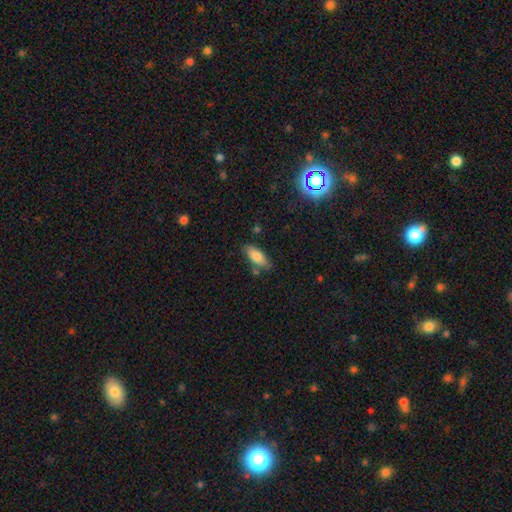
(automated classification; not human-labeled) smooth_or_featured: smooth (p=0.80) [alt: featured or disk p=0.13]
how_rounded: in between (p=0.84) [alt: cigar-shaped p=0.14]
merging: none (p=0.67) [alt: minor disturbance p=0.21]